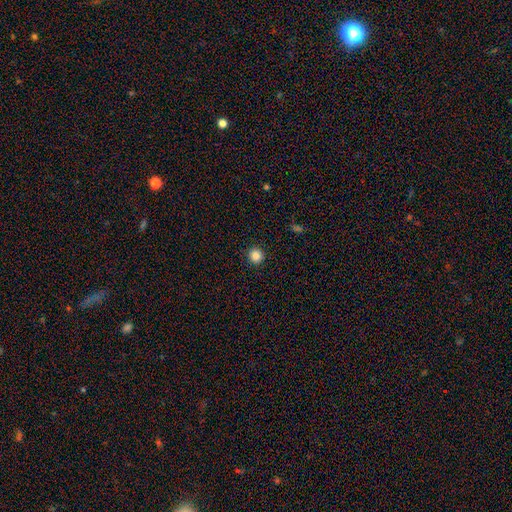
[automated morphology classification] Smooth or featured: smooth — 85% (star or artifact — 11%)
How rounded: round — 94% (in between — 5%)
Merging: none — 93% (minor disturbance — 4%)